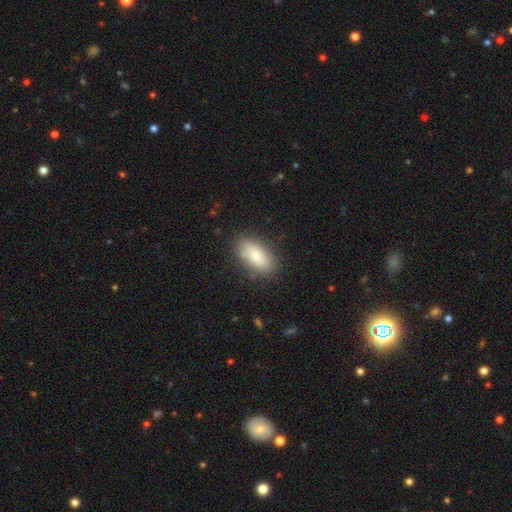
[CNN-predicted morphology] Smooth or featured? Predicted: smooth (p=0.82). How rounded? Predicted: in between (p=0.89). Merging? Predicted: none (p=0.82).